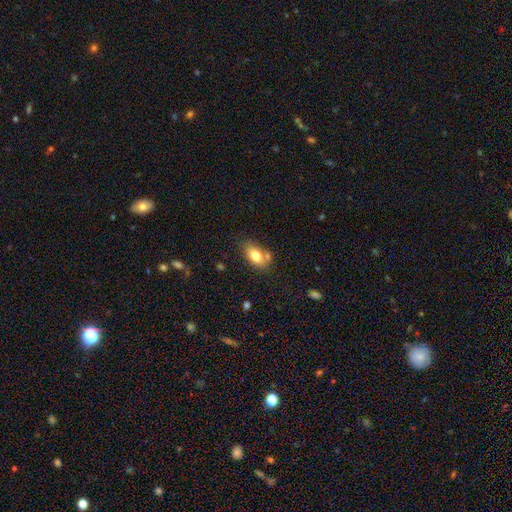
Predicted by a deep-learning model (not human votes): A smooth galaxy with no disk features (78%) that is in between round and cigar-shaped (87%).

Vote fractions:
- Smooth or featured? smooth: 78% / featured or disk: 13% / star or artifact: 8%
- How rounded? in between: 87% / round: 10% / cigar-shaped: 3%
- Merging? none: 60% / minor disturbance: 20% / merger: 15% / major disturbance: 5%